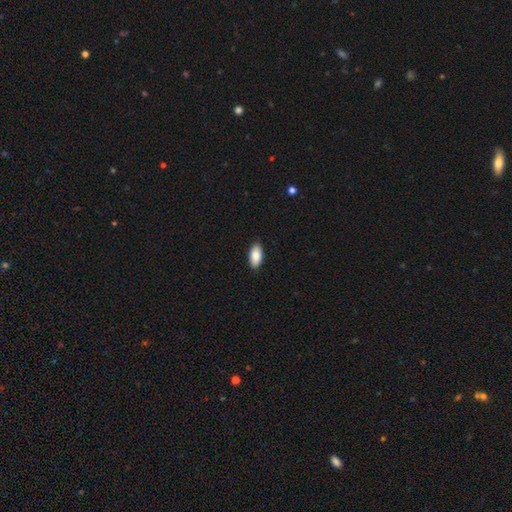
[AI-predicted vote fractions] A smooth galaxy with no disk features (85%) that is in between round and cigar-shaped (90%).

Vote fractions:
- Smooth or featured? smooth: 85% / featured or disk: 9% / star or artifact: 6%
- How rounded? in between: 90% / cigar-shaped: 7% / round: 2%
- Merging? none: 90% / minor disturbance: 7% / major disturbance: 2% / merger: 1%